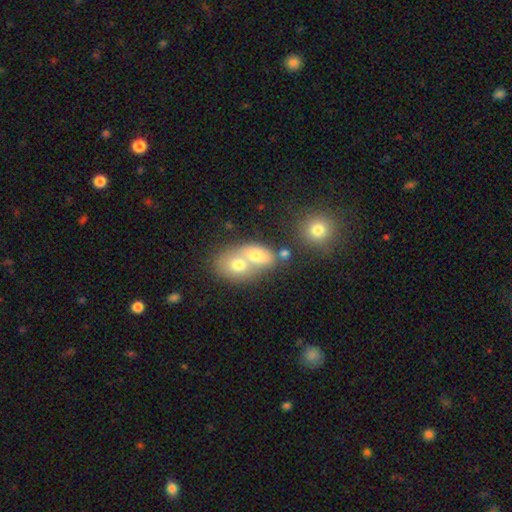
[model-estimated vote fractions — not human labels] Q: Smooth or featured?
A: smooth (69%); runner-up: featured or disk (22%)
Q: How rounded?
A: in between (65%); runner-up: round (33%)
Q: Merging?
A: merger (68%); runner-up: none (22%)